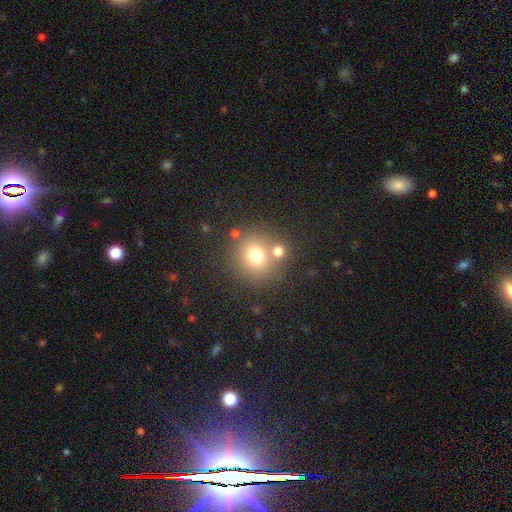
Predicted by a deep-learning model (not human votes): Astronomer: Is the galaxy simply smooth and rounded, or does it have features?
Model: smooth — 72%.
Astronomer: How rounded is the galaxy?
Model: round — 89%.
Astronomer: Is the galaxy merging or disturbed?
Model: none — 63%.